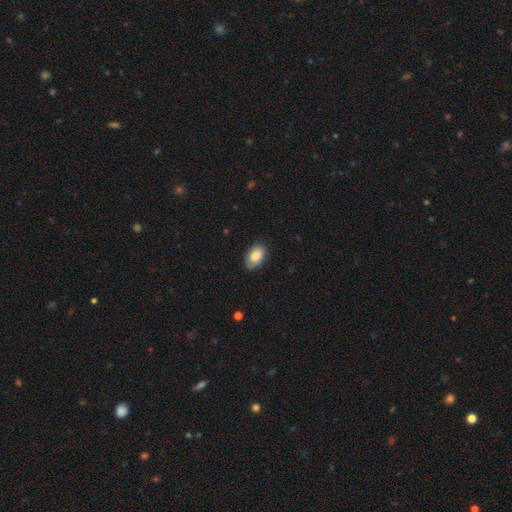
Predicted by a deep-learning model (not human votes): Morphology: type=smooth (80%); roundness=in between (92%); merging=none (80%).